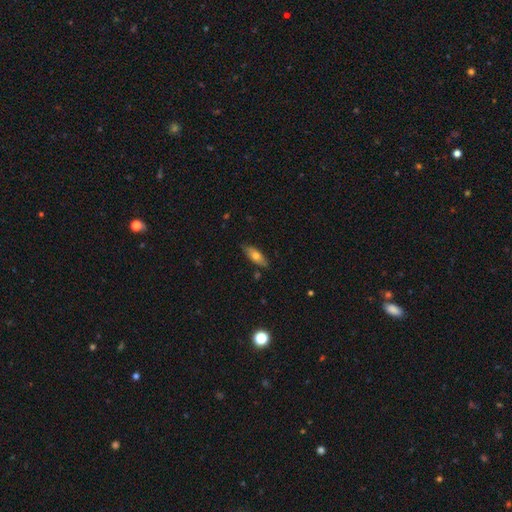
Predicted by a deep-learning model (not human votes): The model was most divided on "how rounded": in between: 61%, cigar-shaped: 36%, round: 3%. More confident: merging — none (82%); smooth or featured — smooth (62%).